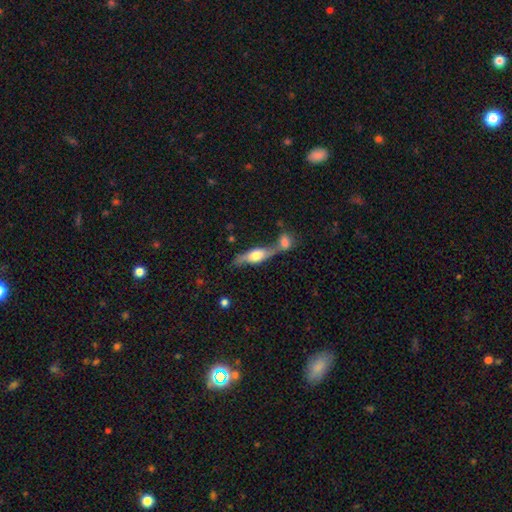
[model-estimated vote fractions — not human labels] featured or disk 53%, smooth 40%, star or artifact 6%. Down the decision tree: edge-on disk — yes (67%); merging — merger (47%).